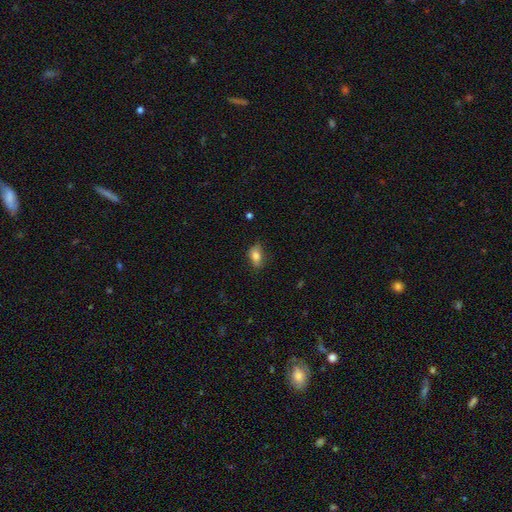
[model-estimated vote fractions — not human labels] A smooth galaxy with no disk features (78%) that is in between round and cigar-shaped (83%).

Vote fractions:
- Smooth or featured? smooth: 78% / featured or disk: 13% / star or artifact: 9%
- How rounded? in between: 83% / round: 11% / cigar-shaped: 6%
- Merging? none: 68% / minor disturbance: 24% / major disturbance: 6% / merger: 1%